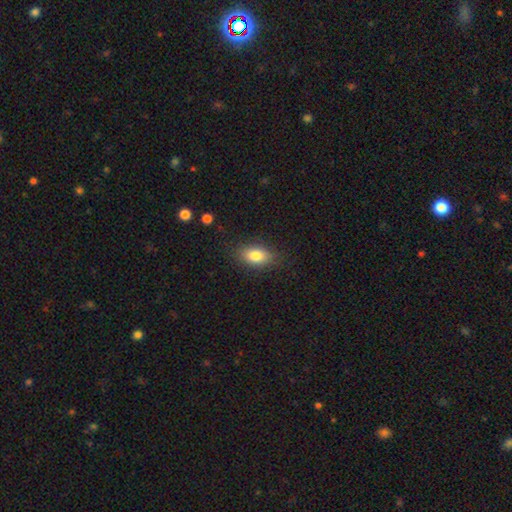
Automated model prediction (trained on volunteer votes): Smooth or featured: smooth — 81% (featured or disk — 11%)
How rounded: in between — 86% (round — 10%)
Merging: none — 84% (minor disturbance — 12%)